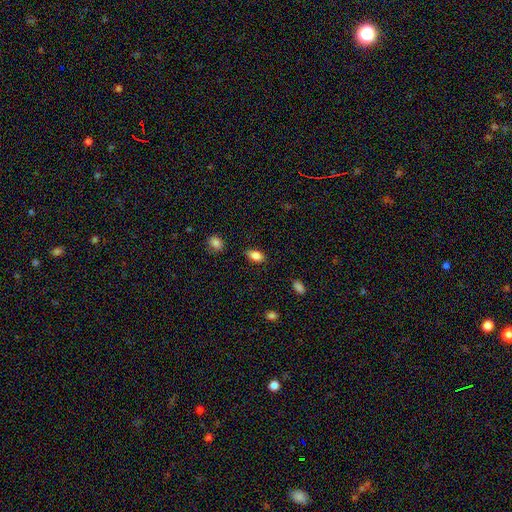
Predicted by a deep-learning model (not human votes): This appears to be a smooth galaxy with no disk features (85%) that is in between round and cigar-shaped (88%). Merging: none (83%).